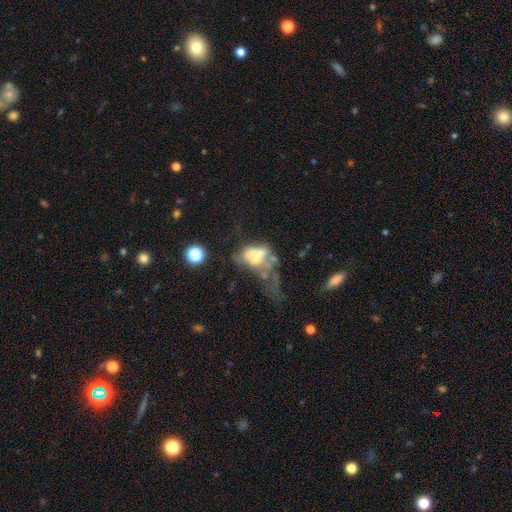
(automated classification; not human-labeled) Q: Smooth or featured?
A: featured or disk (50%); runner-up: smooth (35%)
Q: Edge-on disk?
A: no (94%); runner-up: yes (6%)
Q: Merging?
A: major disturbance (47%); runner-up: merger (30%)